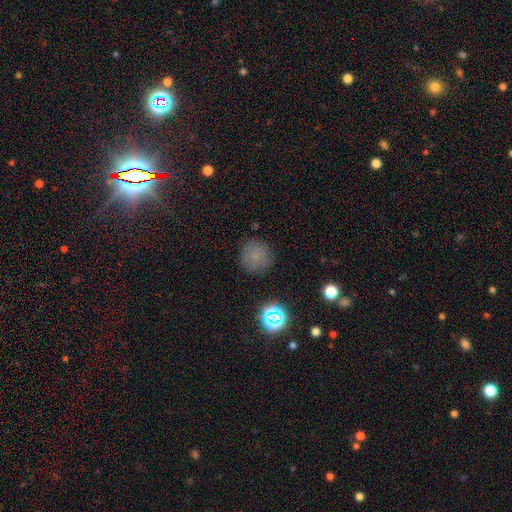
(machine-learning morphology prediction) This appears to be a smooth galaxy with no disk features (74%) that is round (93%). Merging: none (85%).